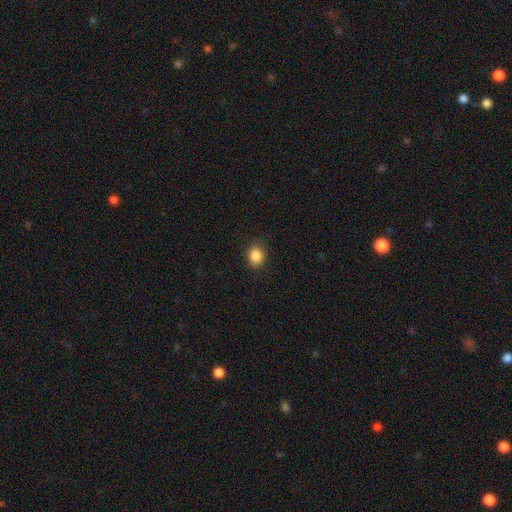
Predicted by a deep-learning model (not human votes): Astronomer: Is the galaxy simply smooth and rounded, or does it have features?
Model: smooth — 87%.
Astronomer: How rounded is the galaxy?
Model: round — 64%.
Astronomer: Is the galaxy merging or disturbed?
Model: none — 87%.